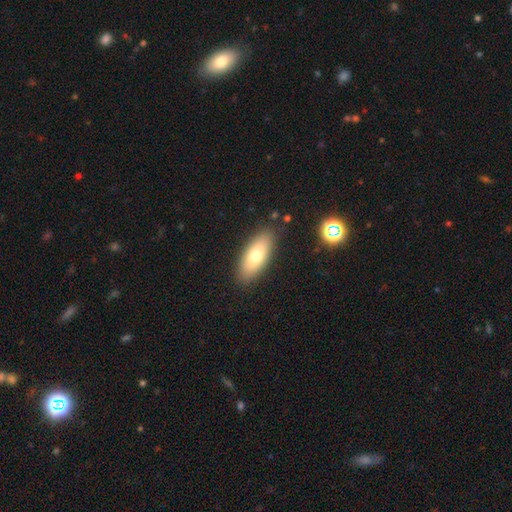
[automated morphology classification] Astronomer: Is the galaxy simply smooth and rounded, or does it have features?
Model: smooth — 71%.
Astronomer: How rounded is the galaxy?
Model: in between — 80%.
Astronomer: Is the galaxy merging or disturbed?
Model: none — 87%.